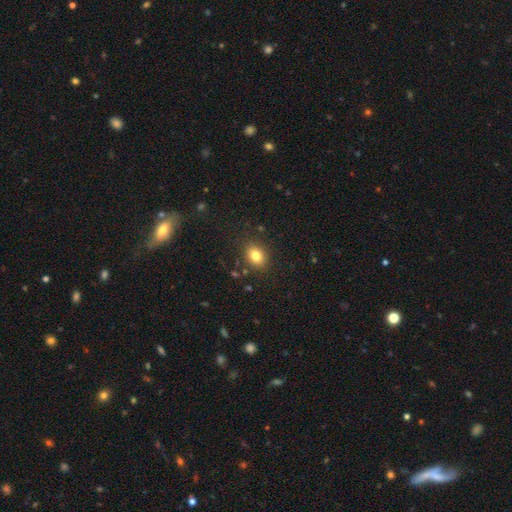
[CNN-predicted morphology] The model was most divided on "how rounded": in between: 57%, round: 42%, cigar-shaped: 1%. More confident: merging — none (85%); smooth or featured — smooth (81%).